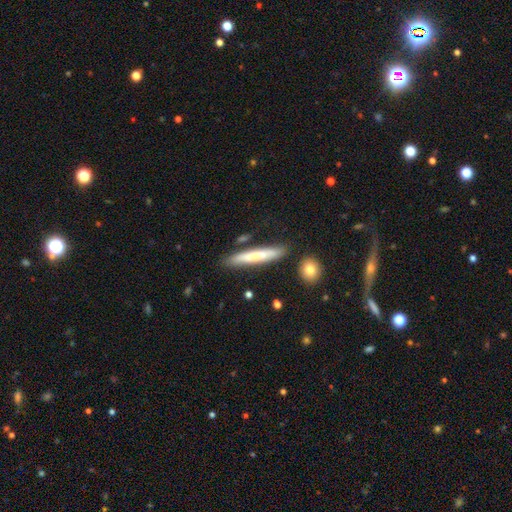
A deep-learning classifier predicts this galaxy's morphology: A smooth galaxy with no disk features (65%) that is cigar-shaped (94%). Merging: none (80%).